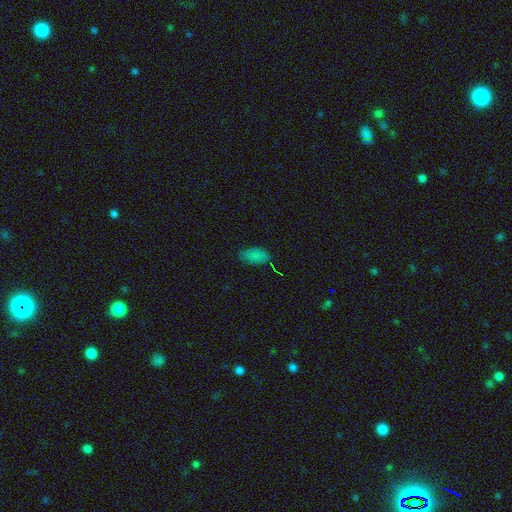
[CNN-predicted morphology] type=smooth (80%); roundness=in between (93%); merging=none (79%).